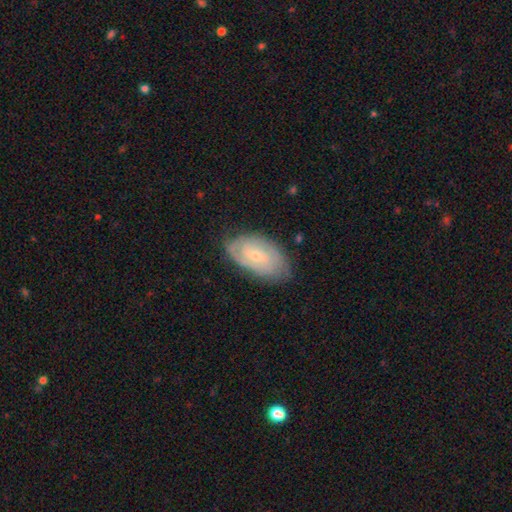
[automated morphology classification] A featured or disk galaxy (71%) with no bar (54%), tight (68%) spiral arms (89%) and a small central bulge (69%).

Vote fractions:
- Smooth or featured? featured or disk: 71% / smooth: 23% / star or artifact: 6%
- Edge-on disk? no: 95% / yes: 5%
- Bar? no: 54% / weak: 39% / strong: 7%
- Spiral arms? yes: 89% / no: 11%
- Spiral winding? tight: 68% / medium: 25% / loose: 7%
- Spiral arm count? can't tell: 40% / 2: 38% / 3: 11% / 1: 5% / 4: 4% / more than 4: 3%
- Bulge size? small: 69% / moderate: 27% / none: 2% / large: 1% / dominant: 1%
- Merging? none: 76% / minor disturbance: 19% / major disturbance: 4% / merger: 1%